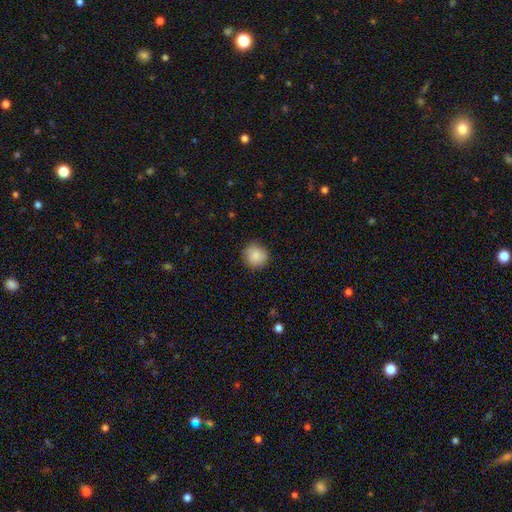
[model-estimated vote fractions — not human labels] The model was most divided on "smooth or featured": smooth: 88%, star or artifact: 8%, featured or disk: 4%. More confident: how rounded — round (91%); merging — none (88%).